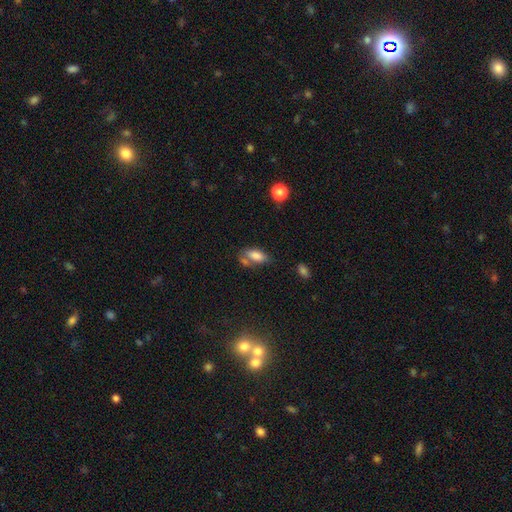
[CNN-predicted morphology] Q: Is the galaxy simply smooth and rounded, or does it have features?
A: smooth — 82%.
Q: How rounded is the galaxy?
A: in between — 87%.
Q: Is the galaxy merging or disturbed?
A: none — 49%.